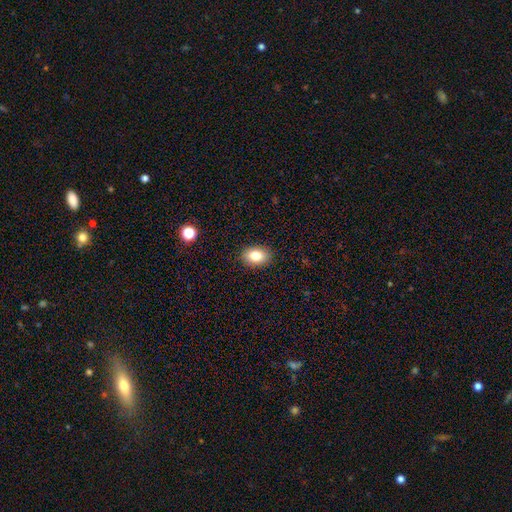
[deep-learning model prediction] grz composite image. It shows a smooth galaxy with no disk features (83%) that is in between round and cigar-shaped (82%). Merging: none (89%).